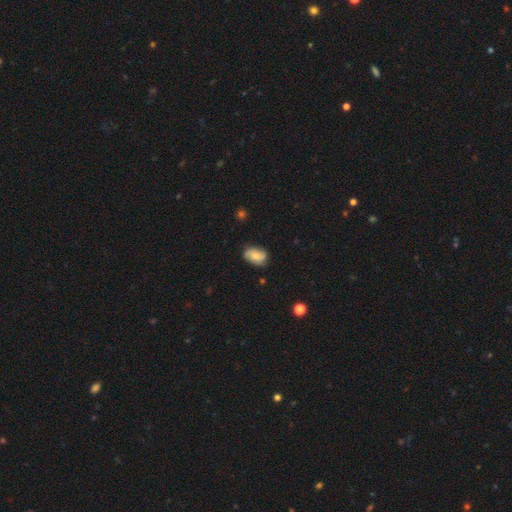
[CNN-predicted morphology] Smooth or featured?
  - smooth: 59% *
  - featured or disk: 32%
  - star or artifact: 8%
How rounded?
  - in between: 84% *
  - round: 14%
  - cigar-shaped: 2%
Merging?
  - none: 72% *
  - minor disturbance: 22%
  - major disturbance: 4%
  - merger: 2%